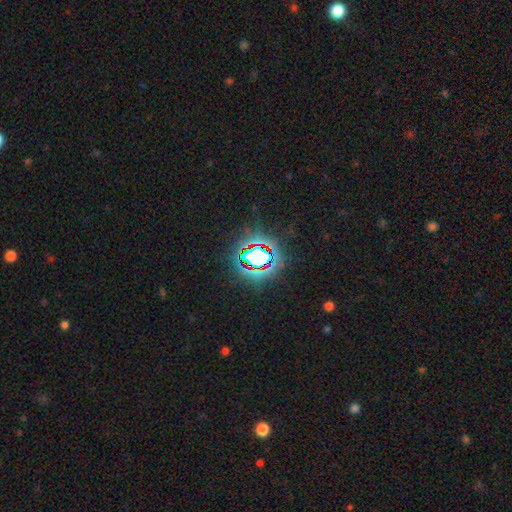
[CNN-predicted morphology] type=star or artifact (74%).